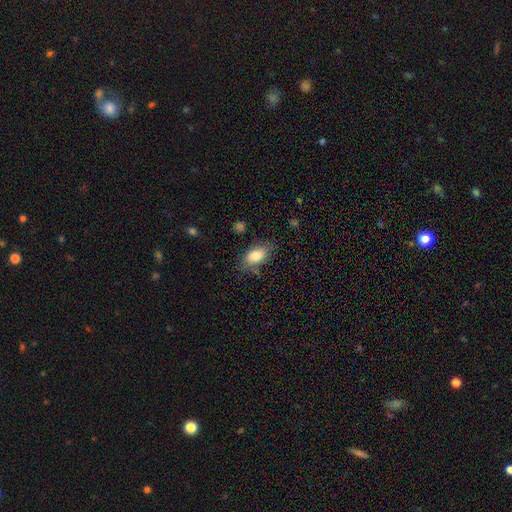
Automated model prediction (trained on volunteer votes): The model was most divided on "merging": none: 71%, minor disturbance: 21%, major disturbance: 5%, merger: 3%. More confident: how rounded — in between (90%); smooth or featured — smooth (78%).